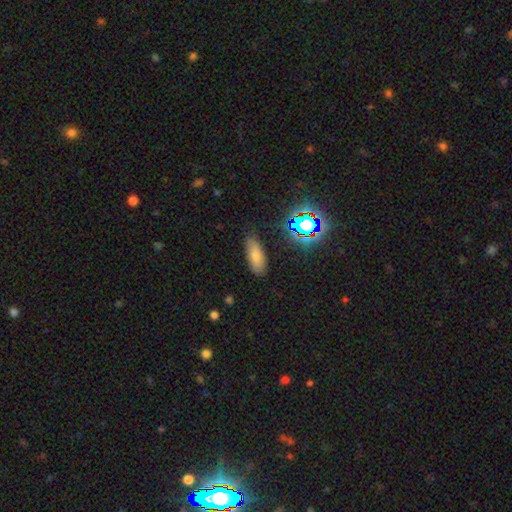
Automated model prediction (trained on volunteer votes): This appears to be a smooth galaxy with no disk features (60%) that is in between round and cigar-shaped (71%). Merging: none (81%).